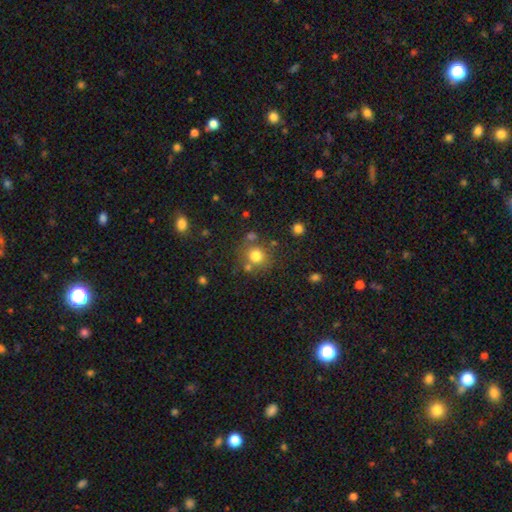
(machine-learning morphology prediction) Q: Smooth or featured?
A: smooth (77%); runner-up: star or artifact (14%)
Q: How rounded?
A: round (89%); runner-up: in between (10%)
Q: Merging?
A: none (72%); runner-up: merger (12%)